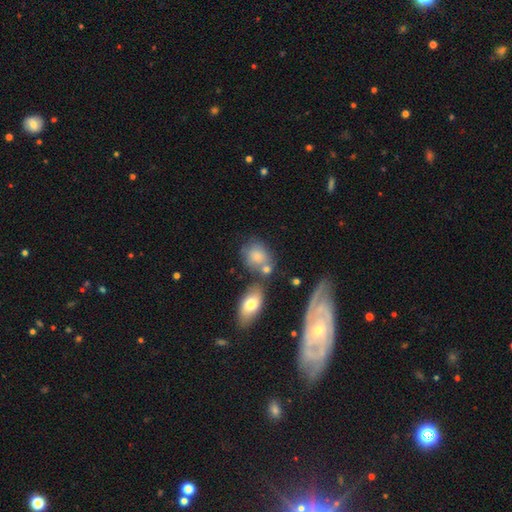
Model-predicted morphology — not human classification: smooth 74%, featured or disk 17%, star or artifact 10%. Down the decision tree: how rounded — in between (53%); merging — none (48%).